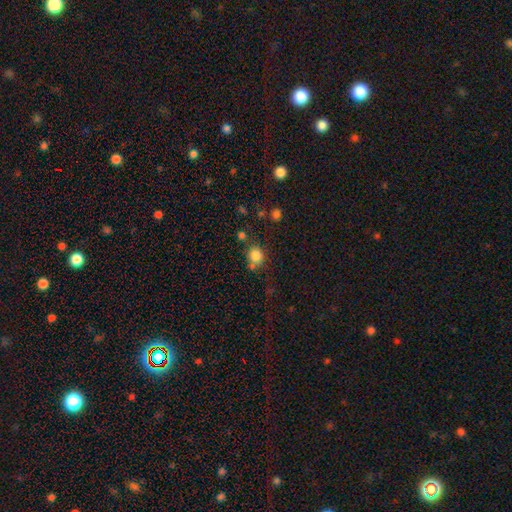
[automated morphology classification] A smooth galaxy with no disk features (82%) that is round (81%).

Vote fractions:
- Smooth or featured? smooth: 82% / star or artifact: 12% / featured or disk: 6%
- How rounded? round: 81% / in between: 18% / cigar-shaped: 1%
- Merging? none: 67% / merger: 15% / minor disturbance: 14% / major disturbance: 5%